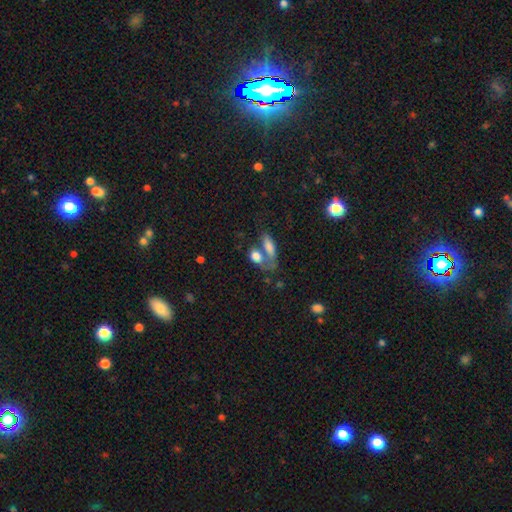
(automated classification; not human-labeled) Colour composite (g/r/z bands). It shows a smooth galaxy with no disk features (77%) that is in between round and cigar-shaped (76%). Merging: merger (46%).